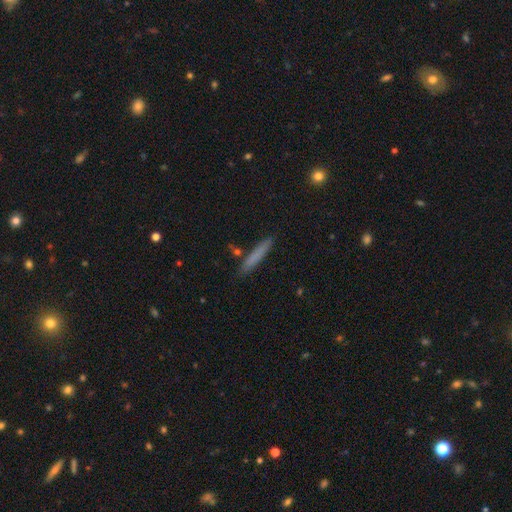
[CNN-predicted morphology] Q: Smooth or featured?
A: smooth (76%); runner-up: featured or disk (17%)
Q: How rounded?
A: cigar-shaped (95%); runner-up: in between (4%)
Q: Merging?
A: none (86%); runner-up: minor disturbance (9%)